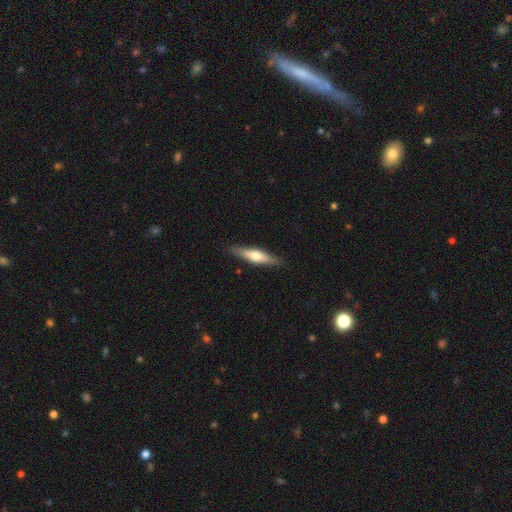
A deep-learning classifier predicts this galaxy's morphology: This is possibly a featured or disk galaxy (48%). Merging: clearly none (88%).